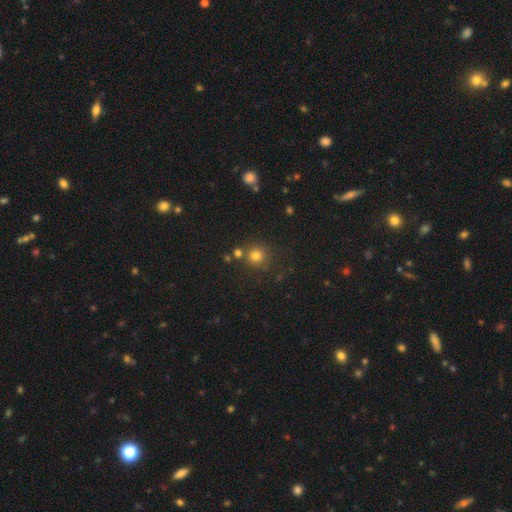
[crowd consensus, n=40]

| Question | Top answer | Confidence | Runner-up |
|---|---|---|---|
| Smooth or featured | smooth | 82% | featured or disk (12%) |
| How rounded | round | 94% | in between (3%) |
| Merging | none | 55% | merger (21%) |